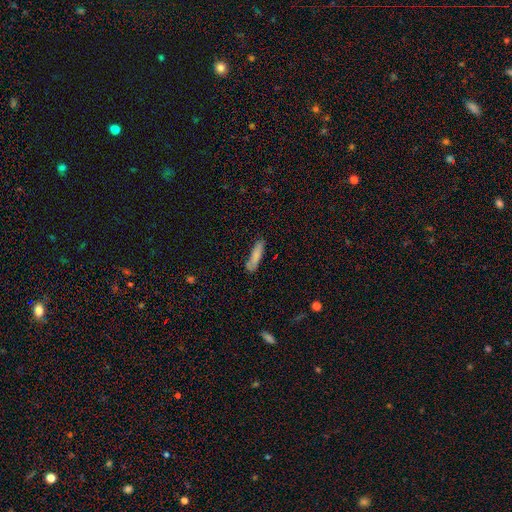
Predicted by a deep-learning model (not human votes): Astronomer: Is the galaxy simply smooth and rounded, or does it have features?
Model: smooth — 81%.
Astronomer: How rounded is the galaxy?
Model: cigar-shaped — 77%.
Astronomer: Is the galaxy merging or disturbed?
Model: none — 75%.